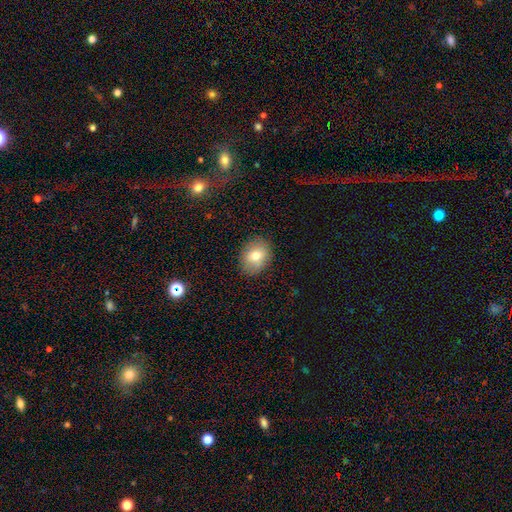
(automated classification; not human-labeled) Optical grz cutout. It shows a smooth galaxy with no disk features (74%) that is in between round and cigar-shaped (56%). Merging: none (86%).